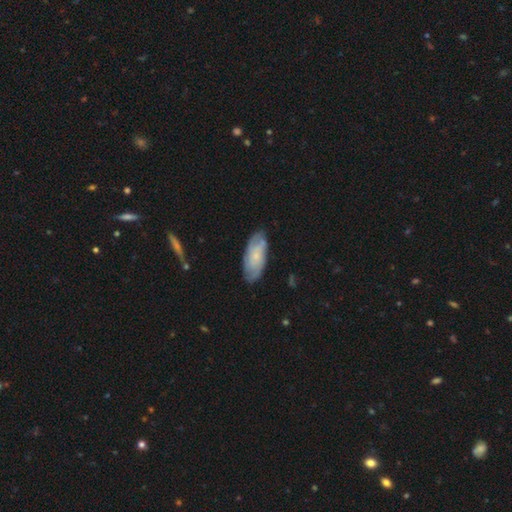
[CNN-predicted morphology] This appears to be a smooth galaxy with no disk features (47%). Merging: none (77%).